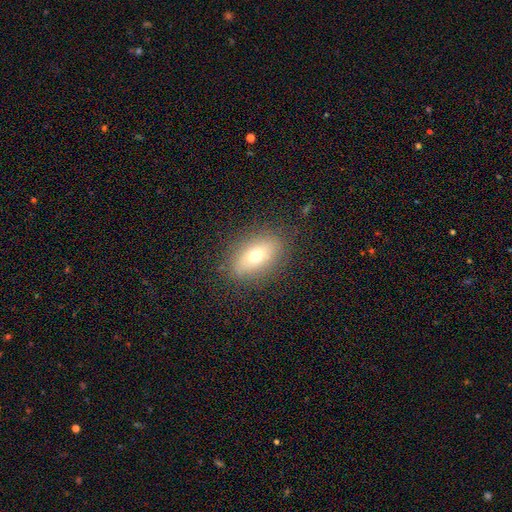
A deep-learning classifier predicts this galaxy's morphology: type=smooth (64%); roundness=in between (82%); merging=none (84%).